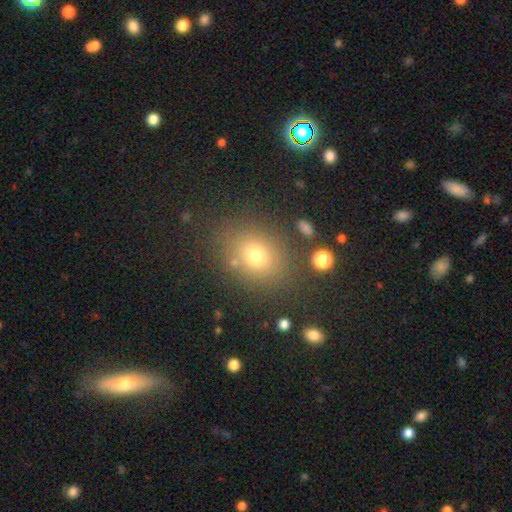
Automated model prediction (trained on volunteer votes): This is likely a smooth galaxy (70%). How rounded: possibly round (52%). Merging: clearly none (81%).